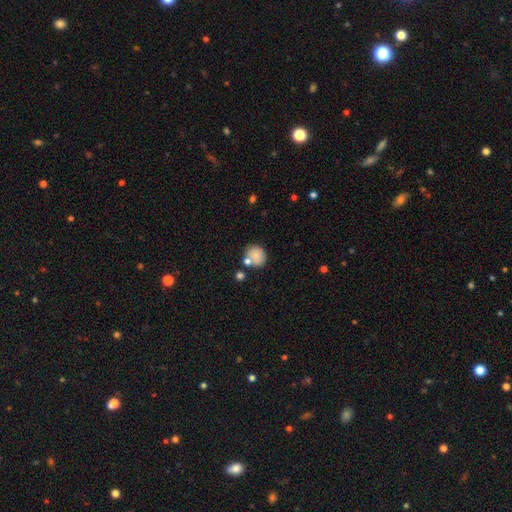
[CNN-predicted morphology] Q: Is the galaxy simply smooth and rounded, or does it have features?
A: smooth — 78%.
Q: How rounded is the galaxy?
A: round — 75%.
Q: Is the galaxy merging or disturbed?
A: none — 60%.